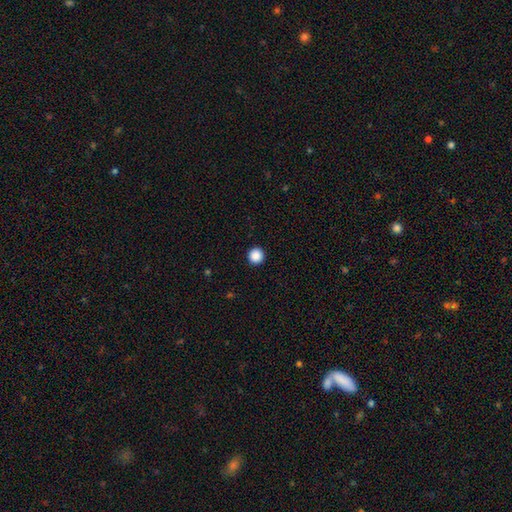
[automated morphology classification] smooth-or-featured: smooth: 89% | star or artifact: 9% | featured or disk: 2%
  how-rounded: round: 96% | in between: 3% | cigar-shaped: 1%
  merging: none: 94% | minor disturbance: 4% | major disturbance: 1% | merger: 1%